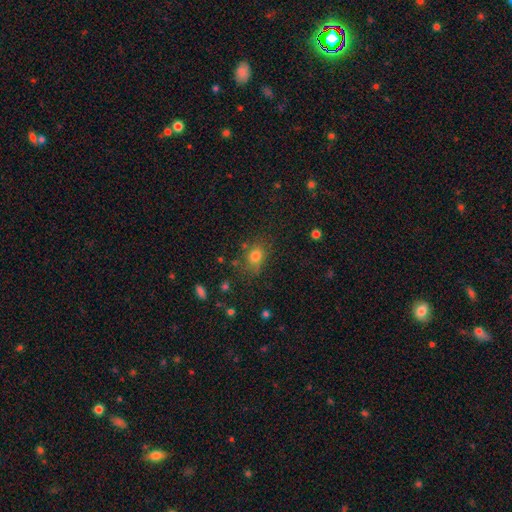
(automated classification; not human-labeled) Overall: smooth (78%). How rounded: round (53%; in between 46%). Merging: none (70%).